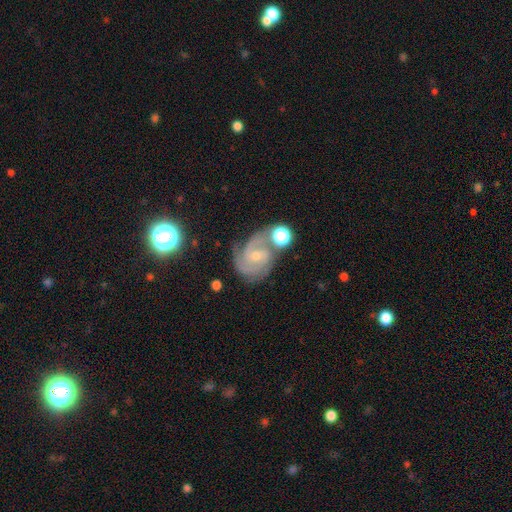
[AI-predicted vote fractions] This appears to be a featured or disk galaxy (84%) with no bar (46%), 2 (48%) medium (45%) spiral arms (97%) and a small central bulge (64%). Merging: none (53%).